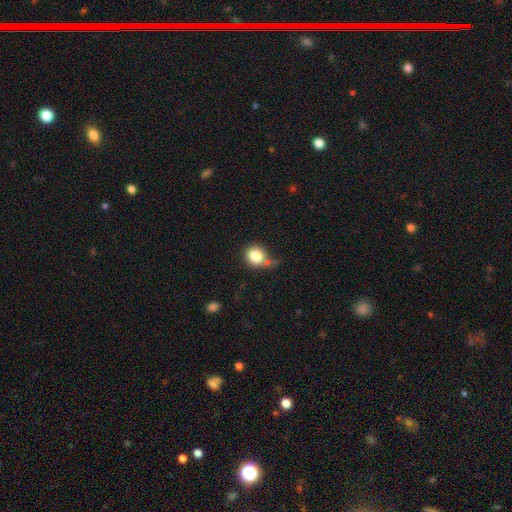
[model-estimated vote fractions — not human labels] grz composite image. It shows a smooth galaxy with no disk features (82%) that is round (78%). Merging: none (50%).